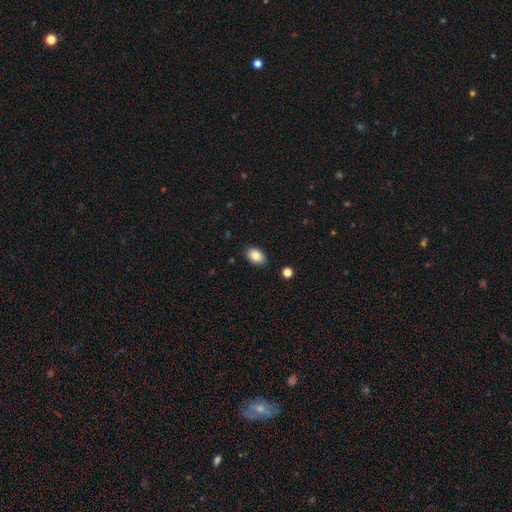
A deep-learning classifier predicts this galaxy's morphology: Q: Smooth or featured?
A: smooth (87%); runner-up: star or artifact (8%)
Q: How rounded?
A: in between (88%); runner-up: round (11%)
Q: Merging?
A: none (86%); runner-up: minor disturbance (10%)